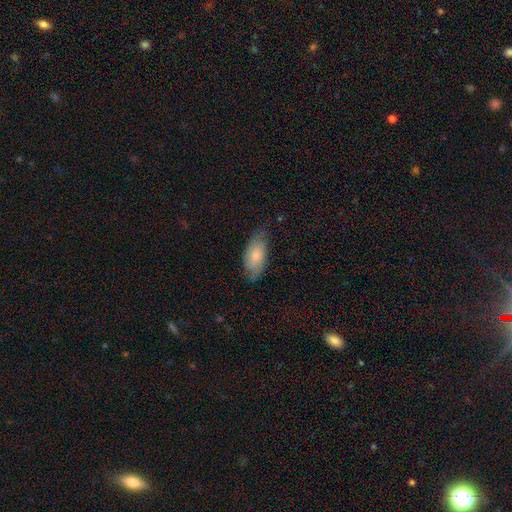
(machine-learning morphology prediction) Smooth or featured?
  - smooth: 66% *
  - featured or disk: 28%
  - star or artifact: 6%
How rounded?
  - in between: 91% *
  - cigar-shaped: 6%
  - round: 3%
Merging?
  - none: 63% *
  - minor disturbance: 29%
  - major disturbance: 7%
  - merger: 1%